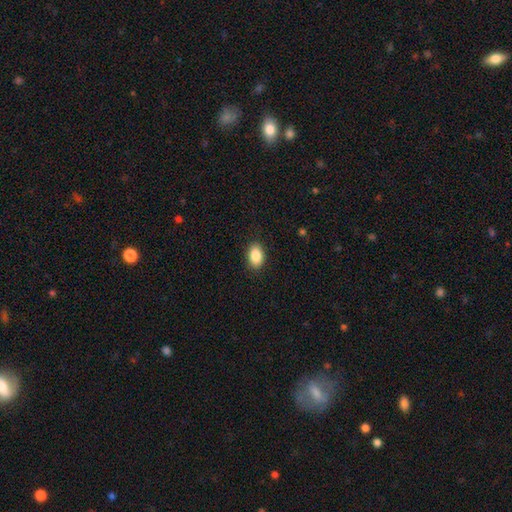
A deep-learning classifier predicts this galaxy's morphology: smooth_or_featured: smooth (p=0.88) [alt: star or artifact p=0.07]
how_rounded: in between (p=0.87) [alt: round p=0.11]
merging: none (p=0.89) [alt: minor disturbance p=0.08]